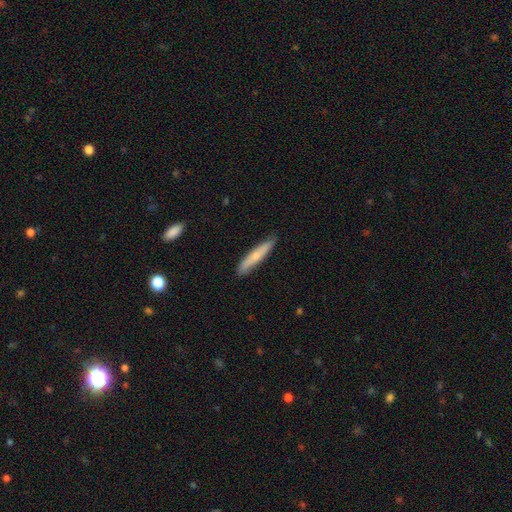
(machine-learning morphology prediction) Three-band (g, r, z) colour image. It shows a smooth galaxy with no disk features (65%) that is cigar-shaped (91%). Merging: none (87%).